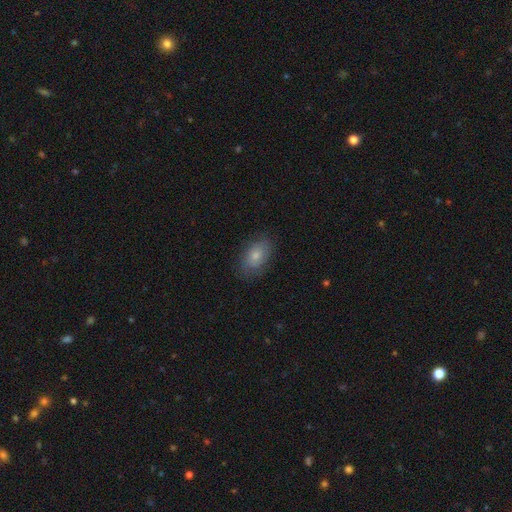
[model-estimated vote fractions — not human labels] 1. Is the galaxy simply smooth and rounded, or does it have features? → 74% smooth, 18% featured or disk, 7% star or artifact.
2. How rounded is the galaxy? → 88% in between, 10% round, 2% cigar-shaped.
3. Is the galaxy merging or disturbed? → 78% none, 17% minor disturbance, 5% major disturbance, 1% merger.